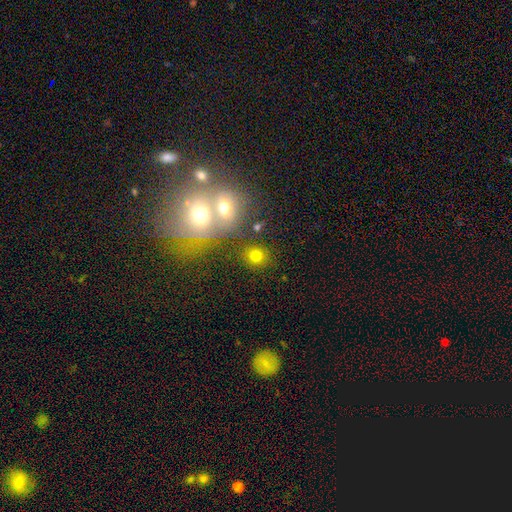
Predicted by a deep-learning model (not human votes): Morphology: type=smooth (76%); roundness=round (80%); merging=none (72%).